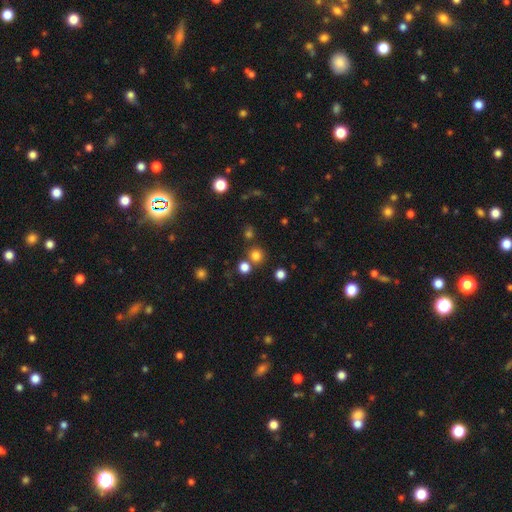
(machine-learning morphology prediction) A smooth galaxy with no disk features (77%) that is round (92%). Merging: none (75%).